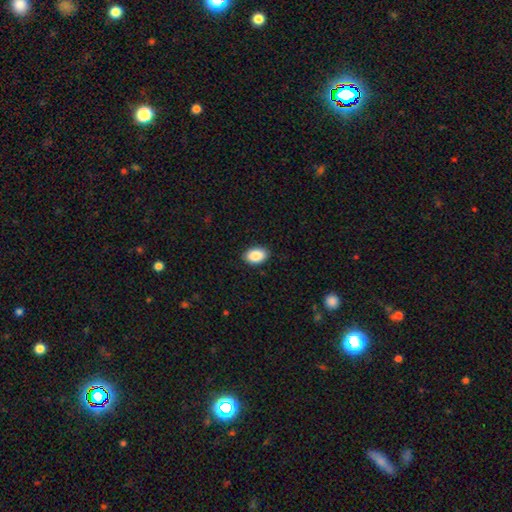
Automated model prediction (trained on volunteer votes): Morphology: type=smooth (89%); roundness=in between (89%); merging=none (89%).